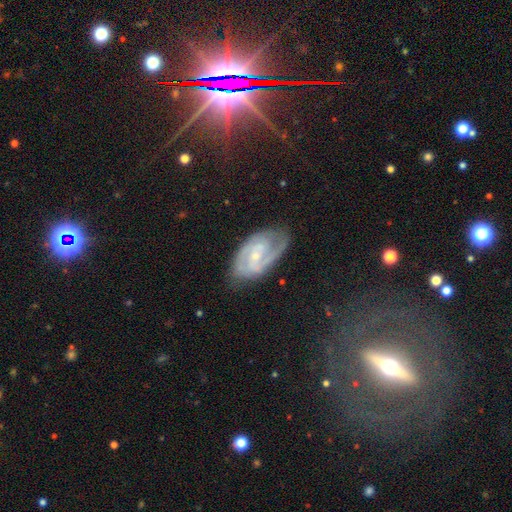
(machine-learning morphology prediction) featured or disk 84%, smooth 10%, star or artifact 6%. Down the decision tree: edge-on disk — no (96%); bar — weak (46%); spiral arms — yes (95%); spiral arm count — 2 (70%); spiral winding — tight (46%); bulge size — small (72%); merging — none (71%).